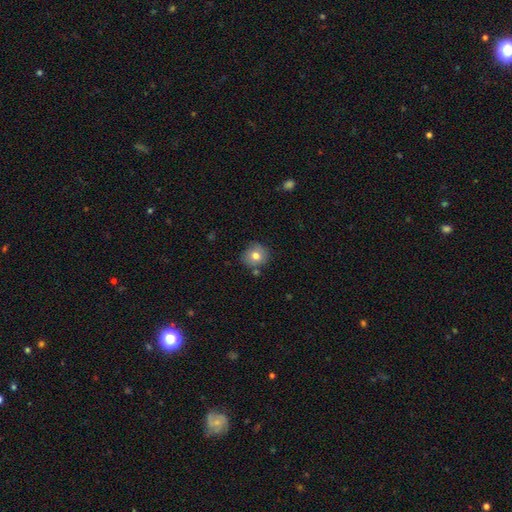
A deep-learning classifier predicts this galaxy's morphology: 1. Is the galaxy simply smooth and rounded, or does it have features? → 76% smooth, 14% featured or disk, 11% star or artifact.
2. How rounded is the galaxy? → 87% round, 12% in between, 1% cigar-shaped.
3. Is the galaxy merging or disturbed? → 77% none, 14% minor disturbance, 6% merger, 3% major disturbance.